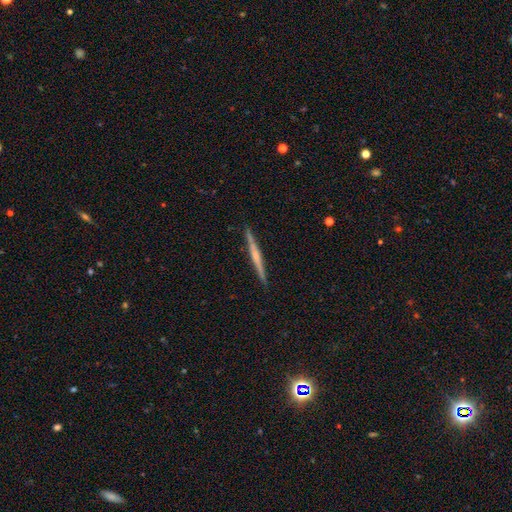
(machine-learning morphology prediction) Smooth or featured? featured or disk (69%)
Edge-on disk? yes (98%)
Edge-on bulge? rounded (51%)
Merging? none (92%)